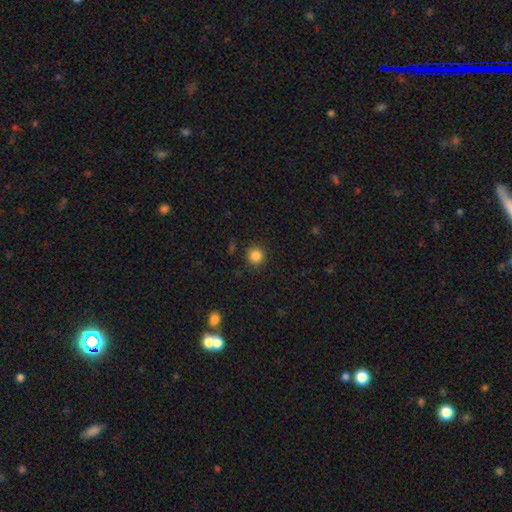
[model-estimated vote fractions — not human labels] Smooth or featured? Predicted: smooth (p=0.85). How rounded? Predicted: round (p=0.93). Merging? Predicted: none (p=0.89).